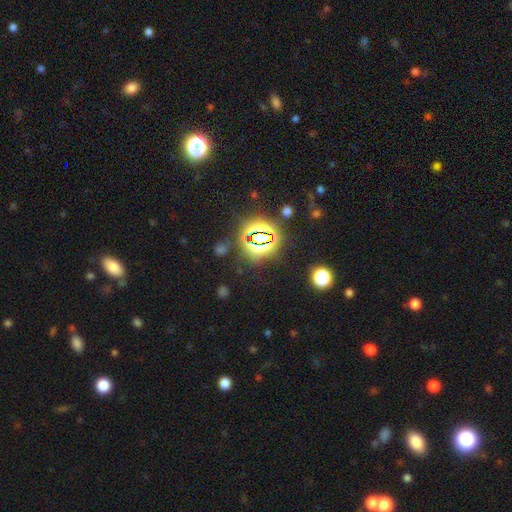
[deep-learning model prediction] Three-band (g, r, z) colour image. It shows a star or artifact, not a galaxy (79%).